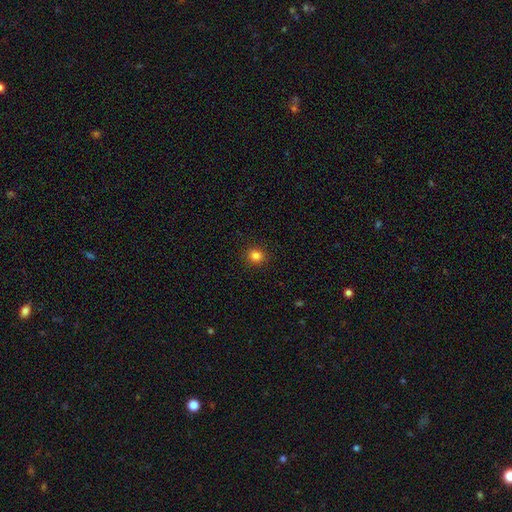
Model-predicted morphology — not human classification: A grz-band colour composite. It shows a smooth galaxy with no disk features (83%) that is round (87%). Merging: none (92%).